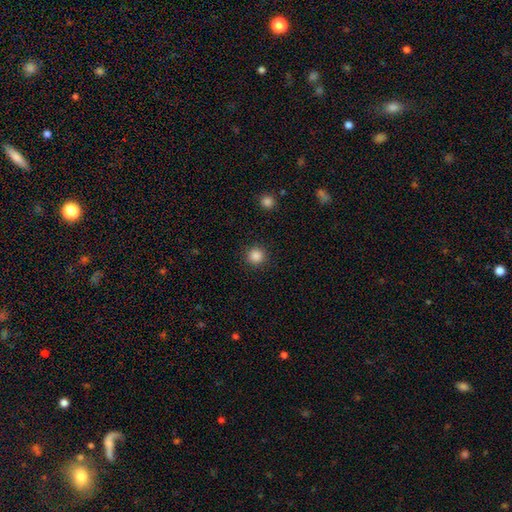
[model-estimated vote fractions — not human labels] Smooth or featured? Predicted: smooth (p=0.86). How rounded? Predicted: round (p=0.94). Merging? Predicted: none (p=0.91).